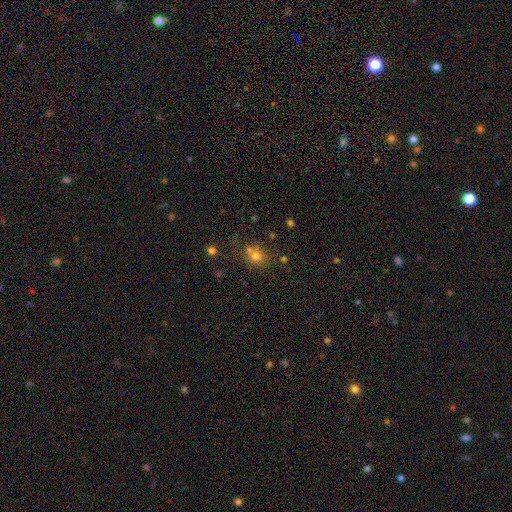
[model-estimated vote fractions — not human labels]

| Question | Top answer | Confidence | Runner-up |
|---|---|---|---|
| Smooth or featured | smooth | 67% | star or artifact (21%) |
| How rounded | round | 80% | in between (19%) |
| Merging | none | 59% | merger (24%) |